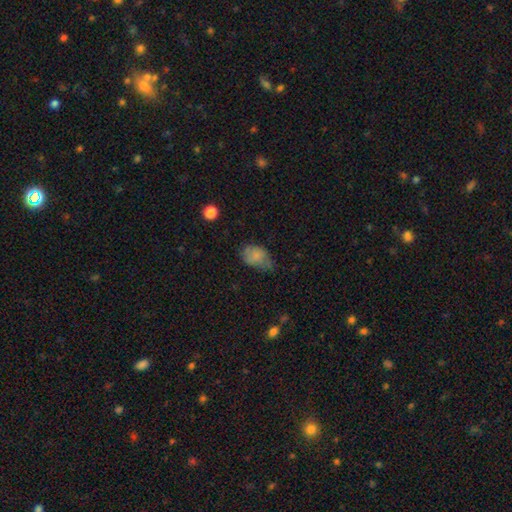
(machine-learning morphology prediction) smooth-or-featured: smooth: 74% | featured or disk: 16% | star or artifact: 10%
  how-rounded: in between: 78% | round: 20% | cigar-shaped: 1%
  merging: minor disturbance: 42% | none: 34% | major disturbance: 20% | merger: 4%